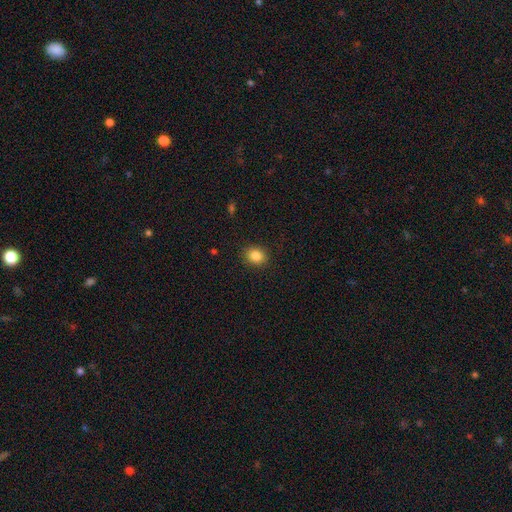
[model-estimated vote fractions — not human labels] A smooth galaxy with no disk features (86%) that is round (62%).

Vote fractions:
- Smooth or featured? smooth: 86% / star or artifact: 9% / featured or disk: 5%
- How rounded? round: 62% / in between: 37% / cigar-shaped: 1%
- Merging? none: 88% / minor disturbance: 8% / major disturbance: 2% / merger: 1%